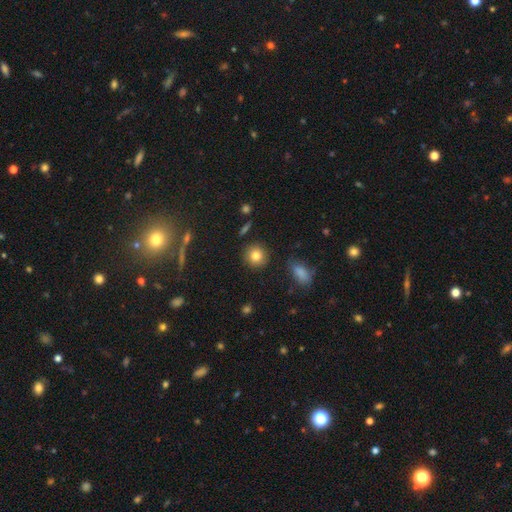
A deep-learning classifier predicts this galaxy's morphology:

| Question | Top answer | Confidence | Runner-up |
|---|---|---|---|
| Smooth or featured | smooth | 81% | star or artifact (10%) |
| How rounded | round | 90% | in between (9%) |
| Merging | none | 89% | minor disturbance (7%) |